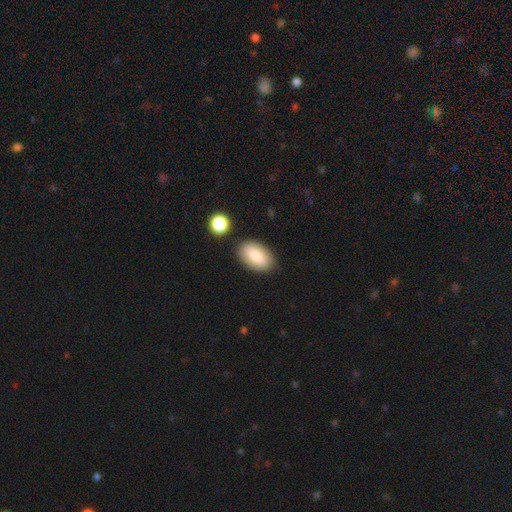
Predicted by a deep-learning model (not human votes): Morphology: type=smooth (81%); roundness=in between (93%); merging=none (84%).